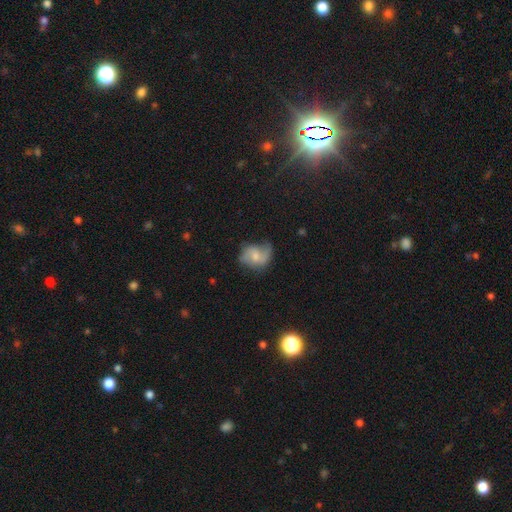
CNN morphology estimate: featured or disk 57%, smooth 35%, star or artifact 8%. Down the decision tree: edge-on disk — no (97%); bar — no (53%); spiral arms — yes (86%); bulge size — moderate (45%); merging — none (53%).